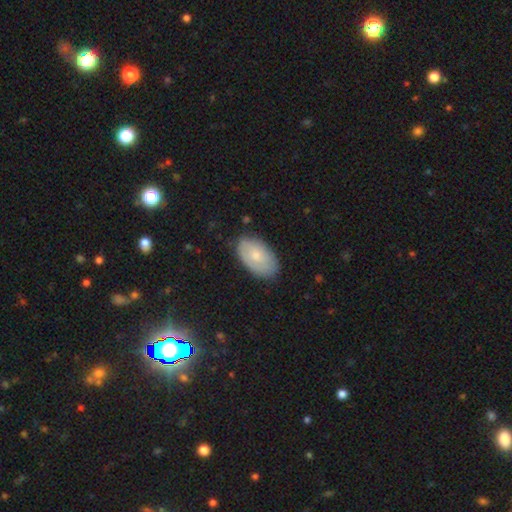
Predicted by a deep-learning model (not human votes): smooth_or_featured: smooth (p=0.69) [alt: featured or disk p=0.25]
how_rounded: in between (p=0.93) [alt: round p=0.05]
merging: none (p=0.79) [alt: minor disturbance p=0.16]